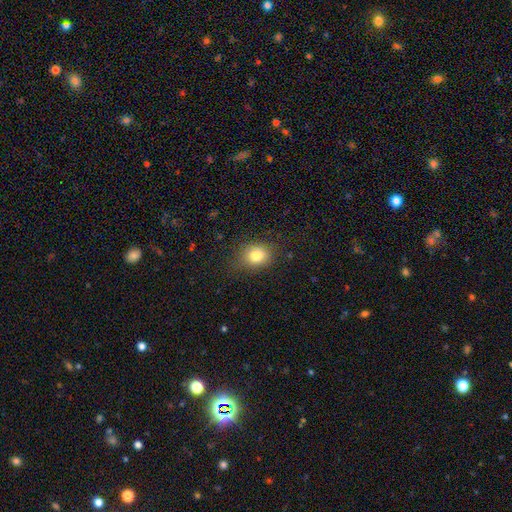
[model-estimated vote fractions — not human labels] This appears to be a smooth galaxy with no disk features (81%) that is round (59%). Merging: none (80%).